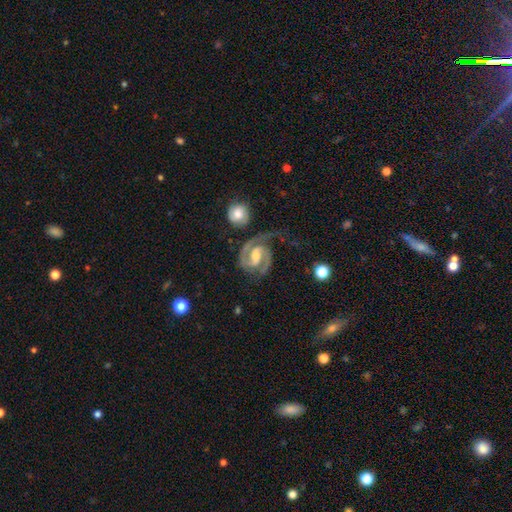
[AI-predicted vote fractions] This is clearly a featured or disk galaxy (93%). It is clearly not viewed edge-on (98%). Bar: possibly weak (49%). Spiral arm pattern: clearly yes (98%). Spiral arm count: clearly 2 (92%). Spiral winding: possibly medium (53%). Central bulge: possibly moderate (55%). Merging: likely none (61%).